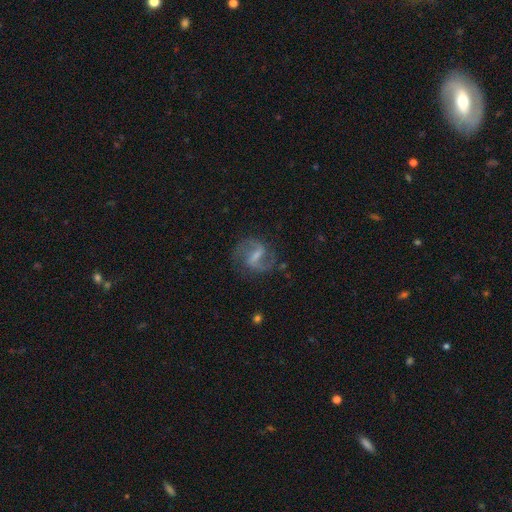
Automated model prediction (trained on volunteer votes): featured or disk 85%, smooth 8%, star or artifact 7%. Down the decision tree: edge-on disk — no (97%); bar — weak (51%); spiral arms — yes (95%); spiral arm count — 2 (91%); spiral winding — medium (50%); bulge size — small (43%); merging — none (76%).